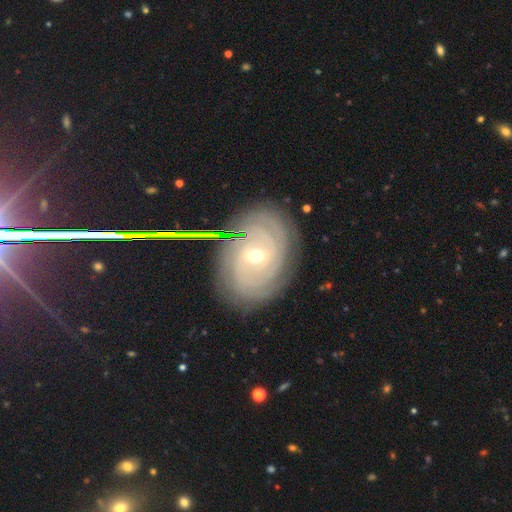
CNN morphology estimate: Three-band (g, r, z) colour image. It shows a featured or disk galaxy (83%) with no bar (57%), tight (82%) spiral arms (96%) and a small central bulge (52%). Merging: none (83%).